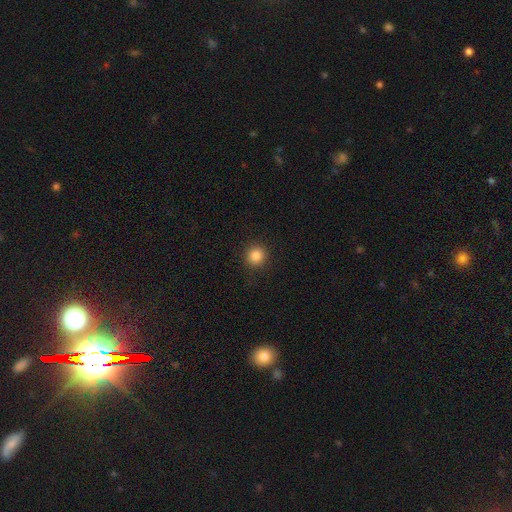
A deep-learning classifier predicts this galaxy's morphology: A smooth galaxy with no disk features (85%) that is round (93%).

Vote fractions:
- Smooth or featured? smooth: 85% / star or artifact: 11% / featured or disk: 3%
- How rounded? round: 93% / in between: 6% / cigar-shaped: 1%
- Merging? none: 91% / minor disturbance: 5% / major disturbance: 2% / merger: 1%